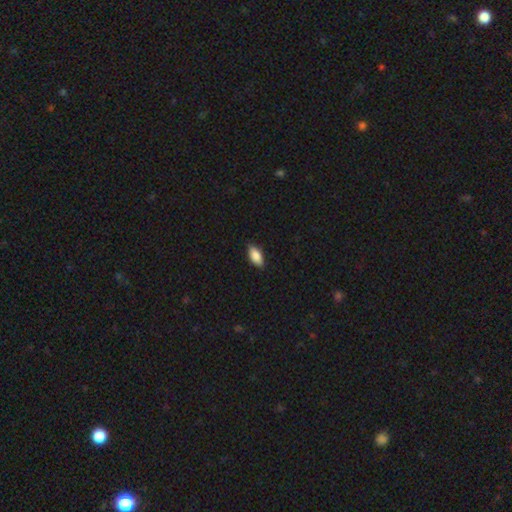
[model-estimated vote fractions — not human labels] Smooth or featured? Predicted: smooth (p=0.86). How rounded? Predicted: in between (p=0.89). Merging? Predicted: none (p=0.85).